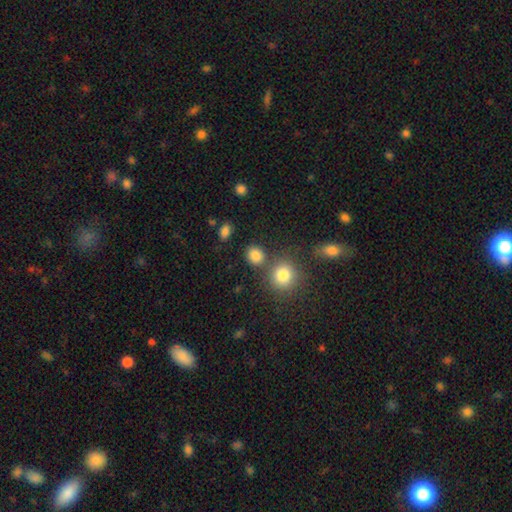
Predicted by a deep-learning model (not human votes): The model was most divided on "how rounded": round: 77%, in between: 22%, cigar-shaped: 1%. More confident: smooth or featured — smooth (83%); merging — none (75%).